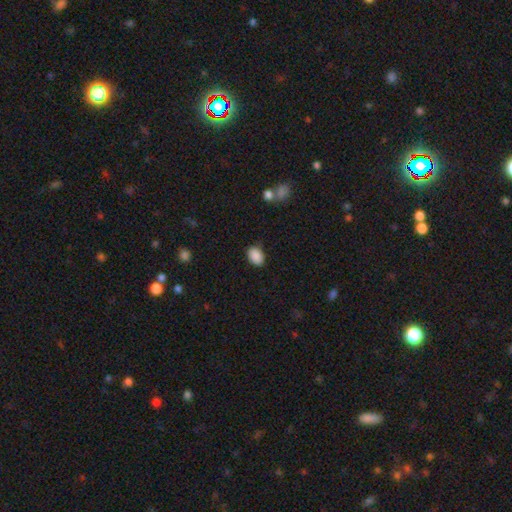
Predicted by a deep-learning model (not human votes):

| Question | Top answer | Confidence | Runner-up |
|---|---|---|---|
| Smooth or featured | smooth | 89% | star or artifact (8%) |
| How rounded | in between | 81% | round (18%) |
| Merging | none | 82% | minor disturbance (14%) |